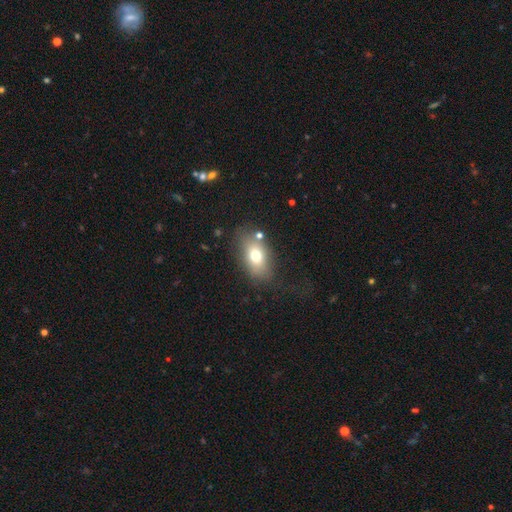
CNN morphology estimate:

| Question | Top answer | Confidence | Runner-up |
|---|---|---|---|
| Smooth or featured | smooth | 72% | featured or disk (18%) |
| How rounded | in between | 84% | round (14%) |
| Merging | none | 70% | minor disturbance (16%) |